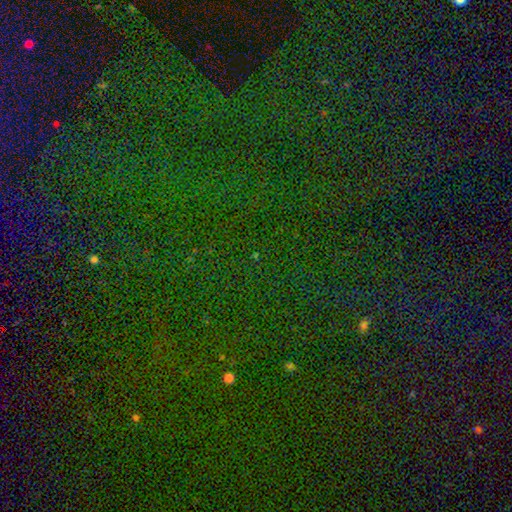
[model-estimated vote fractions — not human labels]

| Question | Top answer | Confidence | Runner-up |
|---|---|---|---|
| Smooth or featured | star or artifact | 83% | smooth (10%) |